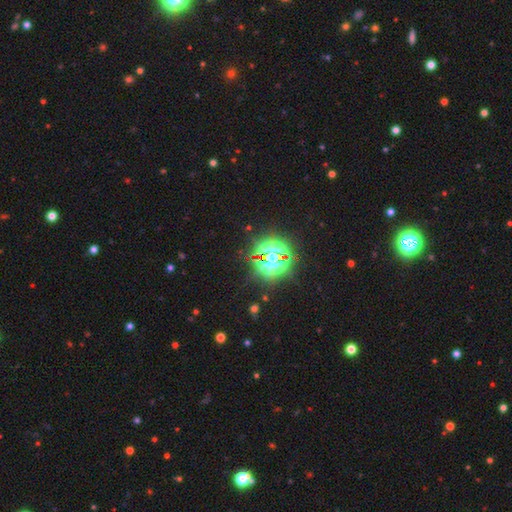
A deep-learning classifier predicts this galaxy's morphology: Overall: star or artifact (85%).